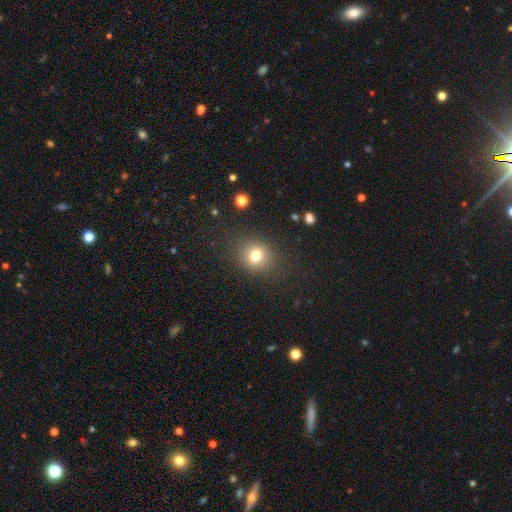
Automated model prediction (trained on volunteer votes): Overall: smooth (77%). How rounded: round (69%; in between 30%). Merging: none (82%).